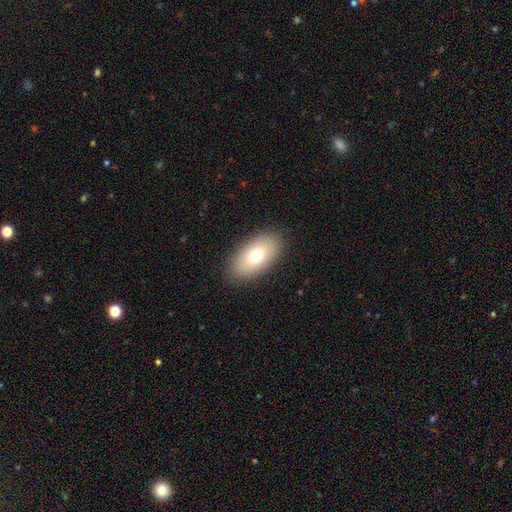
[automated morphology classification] Q: Smooth or featured?
A: smooth (72%); runner-up: featured or disk (19%)
Q: How rounded?
A: in between (92%); runner-up: round (5%)
Q: Merging?
A: none (88%); runner-up: minor disturbance (8%)